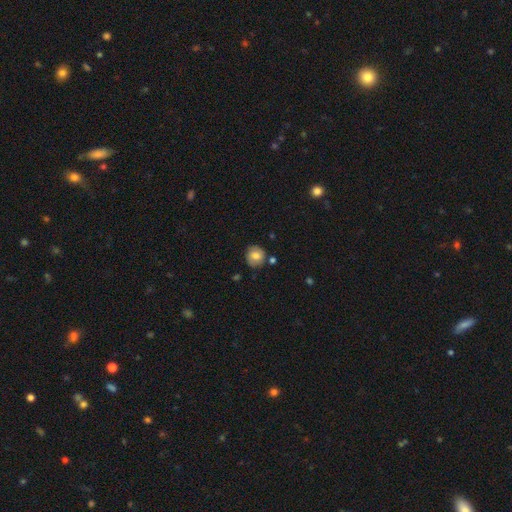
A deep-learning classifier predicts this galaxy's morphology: Overall: smooth (73%). How rounded: round (86%). Merging: none (79%).